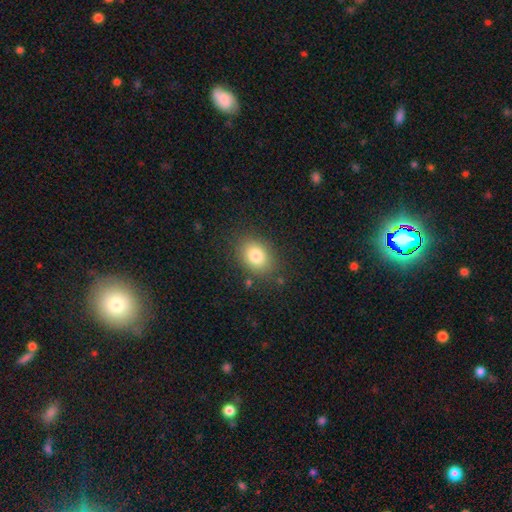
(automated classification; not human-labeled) smooth 81%, star or artifact 10%, featured or disk 9%. Down the decision tree: how rounded — in between (67%); merging — none (84%).